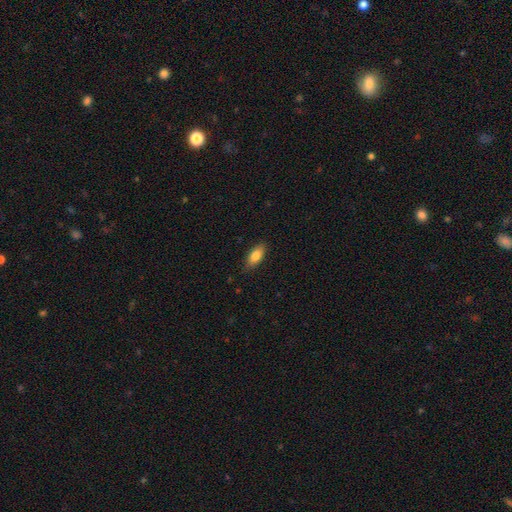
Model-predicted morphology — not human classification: smooth 82%, featured or disk 11%, star or artifact 7%. Down the decision tree: how rounded — in between (83%); merging — none (83%).